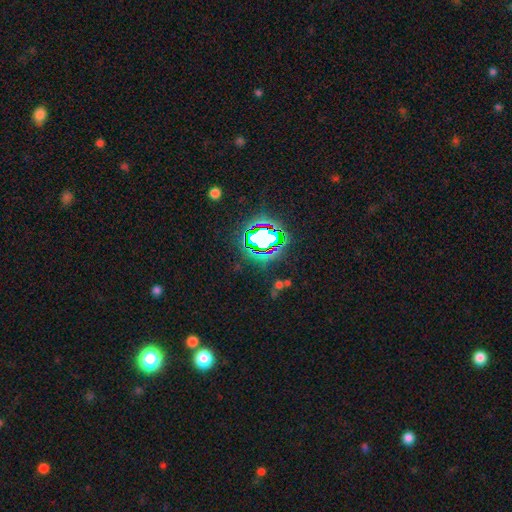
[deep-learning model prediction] Overall: star or artifact (80%).